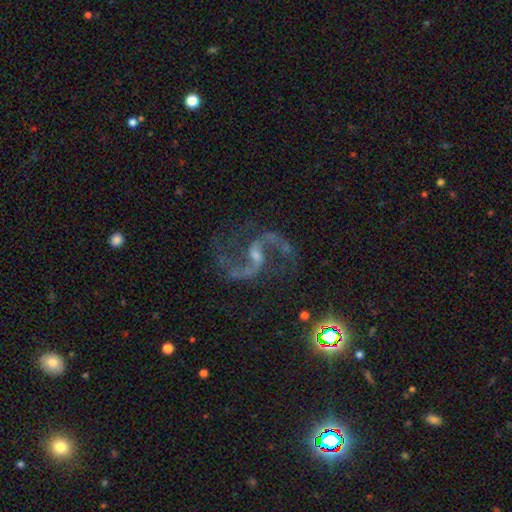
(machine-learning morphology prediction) Overall: featured or disk (91%). Edge-on disk: no (98%). Bar: weak (49%; no 30%). Spiral arms: yes (98%). Spiral arm count: 2 (94%). Spiral winding: loose (64%; medium 31%). Bulge size: small (52%; moderate 31%). Merging: none (72%).